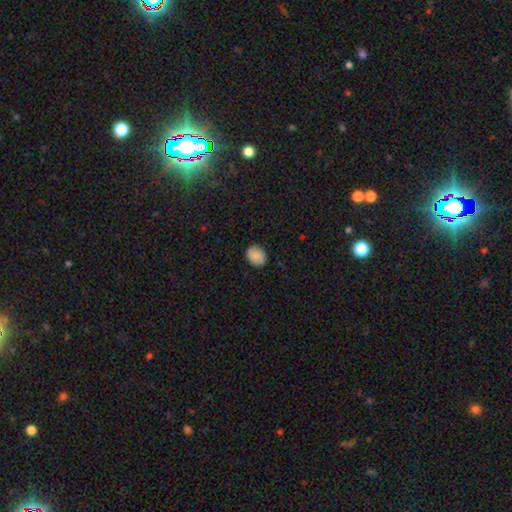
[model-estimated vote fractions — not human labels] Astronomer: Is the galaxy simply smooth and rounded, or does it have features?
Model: smooth — 86%.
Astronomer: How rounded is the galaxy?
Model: in between — 52% (runner-up: round, 47%).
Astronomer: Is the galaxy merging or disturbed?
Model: none — 87%.